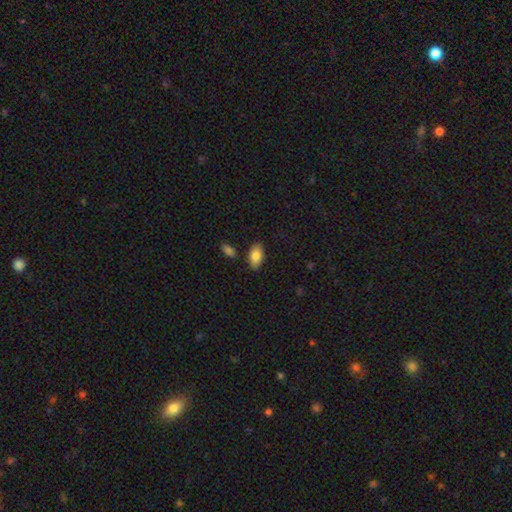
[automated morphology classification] smooth 84%, featured or disk 9%, star or artifact 7%. Down the decision tree: how rounded — in between (94%); merging — none (84%).